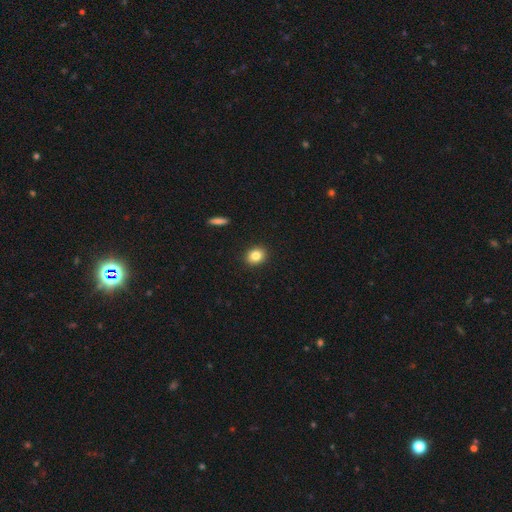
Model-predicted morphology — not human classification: Smooth or featured: smooth — 82% (star or artifact — 10%)
How rounded: round — 64% (in between — 35%)
Merging: none — 91% (minor disturbance — 6%)